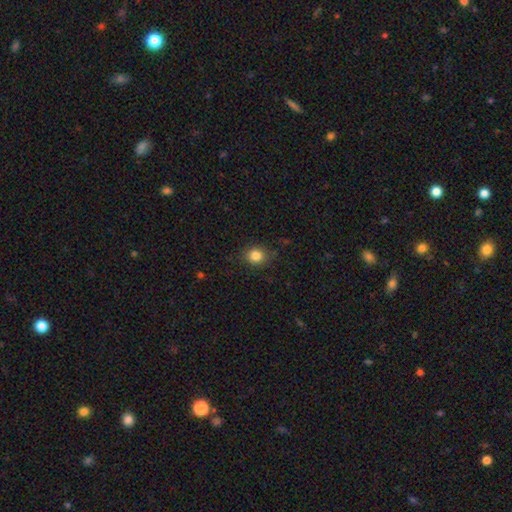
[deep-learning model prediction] Smooth or featured? Predicted: smooth (p=0.84). How rounded? Predicted: round (p=0.75). Merging? Predicted: none (p=0.84).